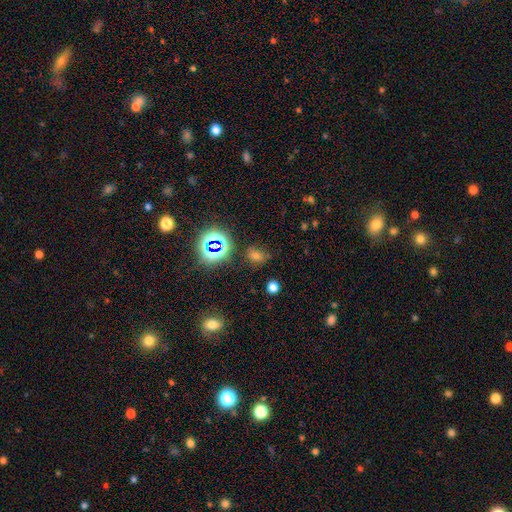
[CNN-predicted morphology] Smooth or featured: smooth — 47% (star or artifact — 44%)
Merging: none — 74% (minor disturbance — 16%)